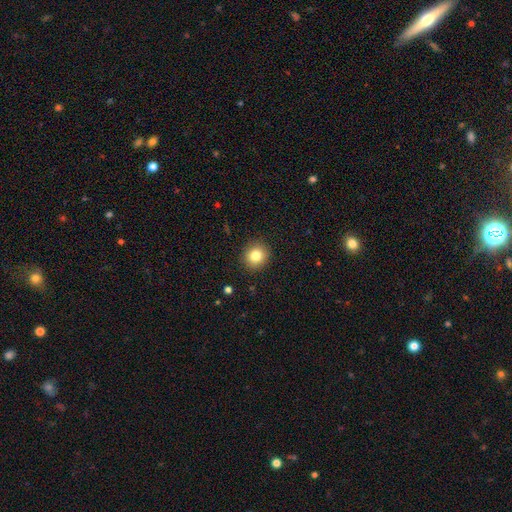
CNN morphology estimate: Smooth or featured? smooth (82%)
How rounded? round (88%)
Merging? none (91%)